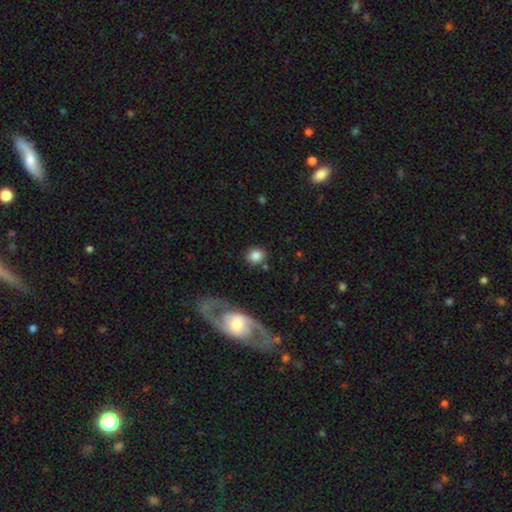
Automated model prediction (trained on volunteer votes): Smooth or featured? smooth (82%)
How rounded? round (78%)
Merging? none (82%)